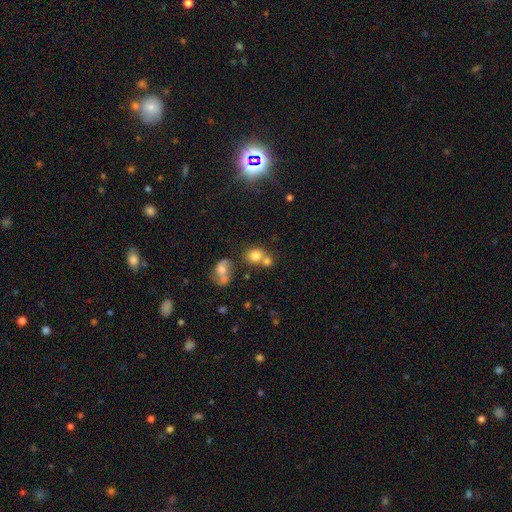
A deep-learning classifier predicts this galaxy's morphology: Smooth or featured? smooth (76%)
How rounded? round (70%)
Merging? none (45%)